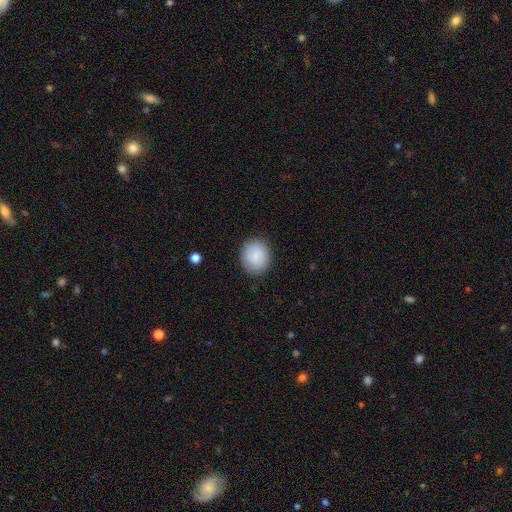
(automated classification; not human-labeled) The model was most divided on "how rounded": round: 77%, in between: 22%, cigar-shaped: 1%. More confident: merging — none (87%); smooth or featured — smooth (85%).